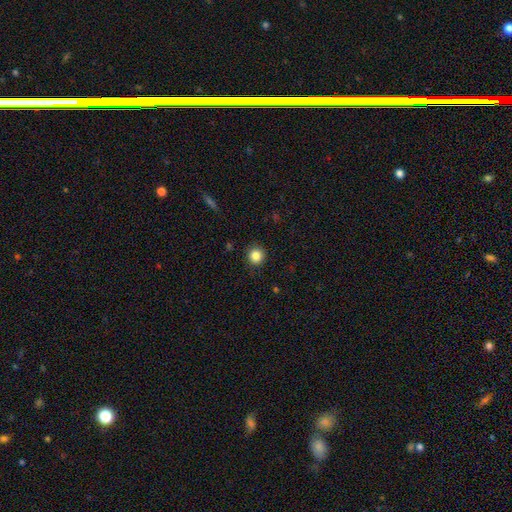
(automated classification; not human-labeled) A smooth galaxy with no disk features (85%) that is round (93%). Merging: none (92%).